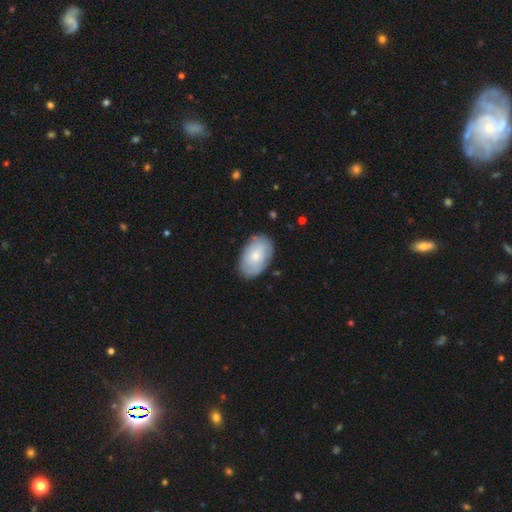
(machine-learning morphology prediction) Smooth or featured?
  - smooth: 67% *
  - featured or disk: 27%
  - star or artifact: 6%
How rounded?
  - in between: 92% *
  - round: 7%
  - cigar-shaped: 1%
Merging?
  - none: 81% *
  - minor disturbance: 14%
  - major disturbance: 3%
  - merger: 1%